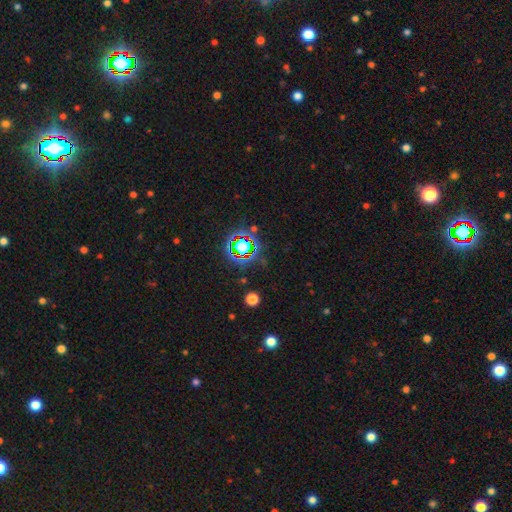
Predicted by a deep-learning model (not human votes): A star or artifact, not a galaxy (78%).

Vote fractions:
- Smooth or featured? star or artifact: 78% / smooth: 13% / featured or disk: 9%